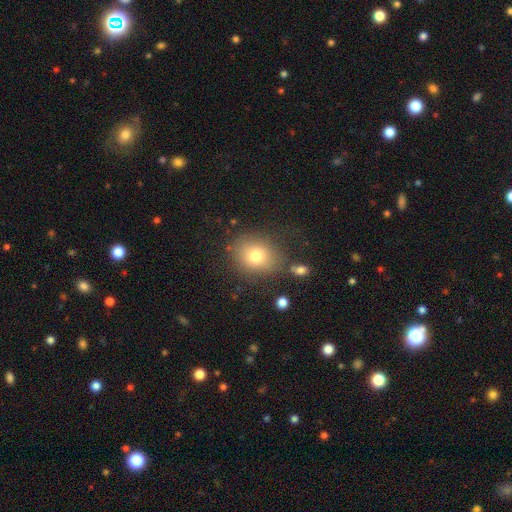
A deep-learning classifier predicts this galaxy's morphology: Smooth or featured: smooth — 76% (featured or disk — 12%)
How rounded: round — 59% (in between — 40%)
Merging: none — 76% (minor disturbance — 14%)